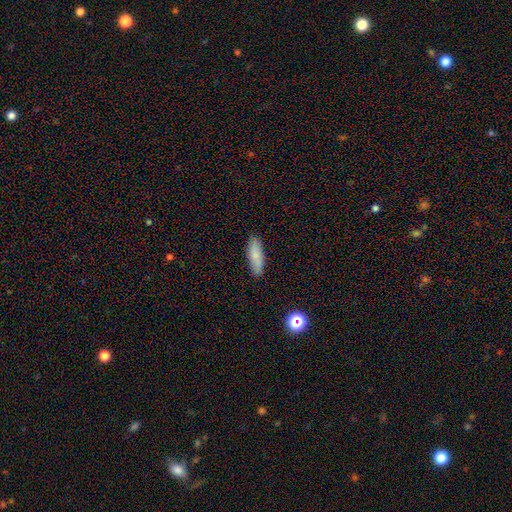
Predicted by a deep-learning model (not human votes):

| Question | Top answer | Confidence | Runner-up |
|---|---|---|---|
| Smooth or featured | smooth | 80% | featured or disk (13%) |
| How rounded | in between | 57% | cigar-shaped (41%) |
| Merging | none | 85% | minor disturbance (11%) |